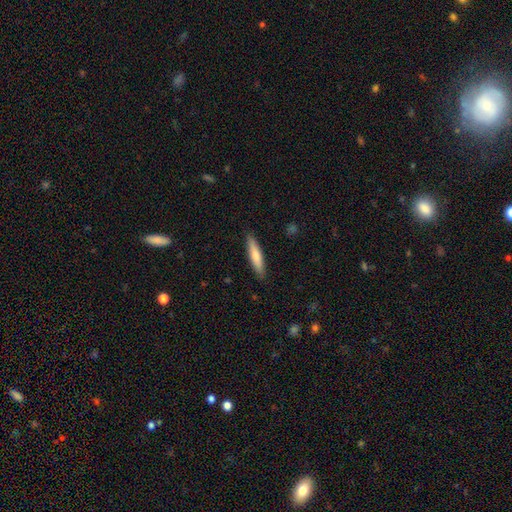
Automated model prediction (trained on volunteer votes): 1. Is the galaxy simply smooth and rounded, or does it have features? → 71% smooth, 23% featured or disk, 5% star or artifact.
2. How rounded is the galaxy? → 84% cigar-shaped, 15% in between, 1% round.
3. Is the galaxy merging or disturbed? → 89% none, 8% minor disturbance, 2% major disturbance, 1% merger.